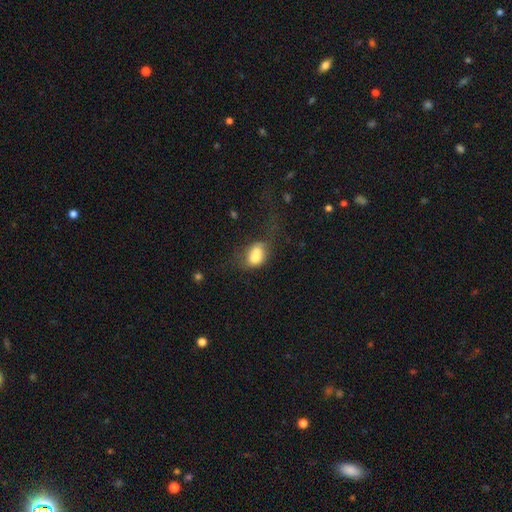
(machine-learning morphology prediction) type=smooth (71%); roundness=in between (66%); merging=merger (28%).